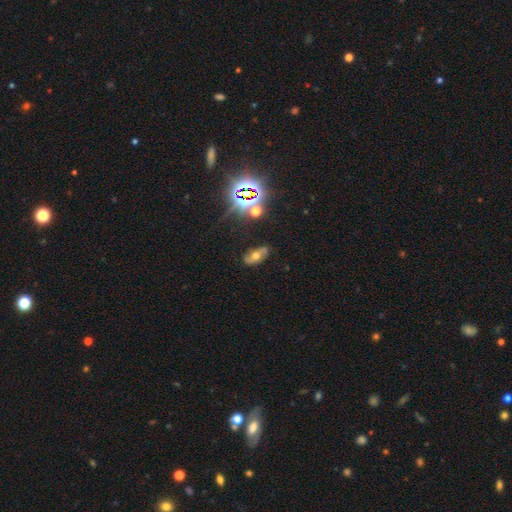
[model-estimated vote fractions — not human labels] Overall: featured or disk (50%; smooth 29%). Edge-on disk: no (83%). Merging: none (78%).